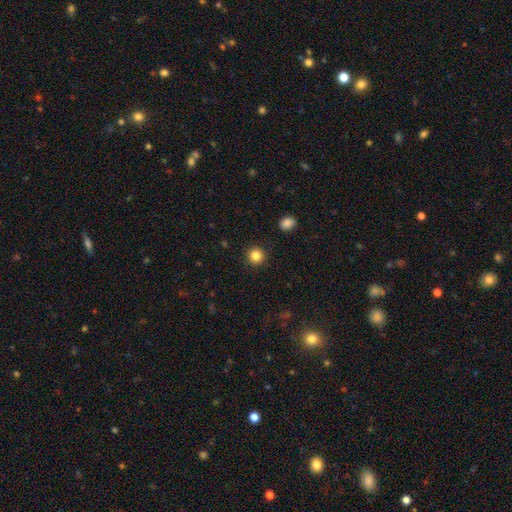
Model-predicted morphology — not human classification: type=smooth (85%); roundness=round (94%); merging=none (92%).